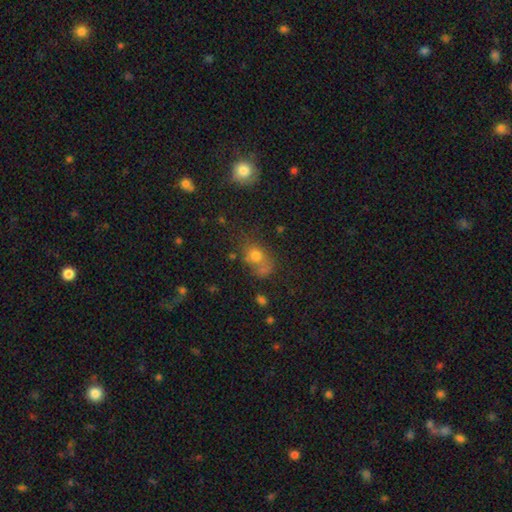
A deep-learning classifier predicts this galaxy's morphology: Q: Smooth or featured?
A: smooth (65%); runner-up: star or artifact (22%)
Q: How rounded?
A: round (61%); runner-up: in between (37%)
Q: Merging?
A: none (49%); runner-up: merger (23%)